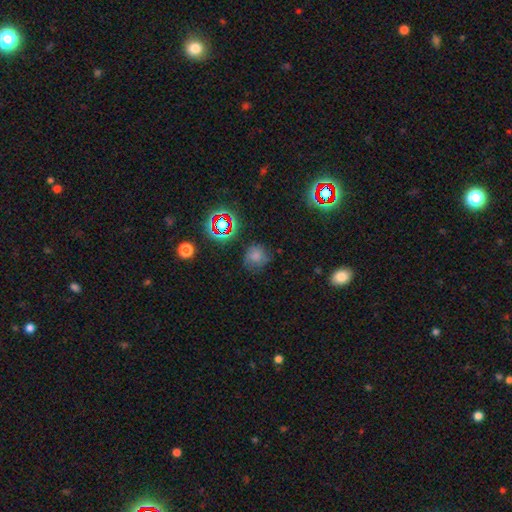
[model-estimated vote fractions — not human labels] smooth 64%, star or artifact 23%, featured or disk 13%. Down the decision tree: how rounded — round (84%); merging — none (67%).